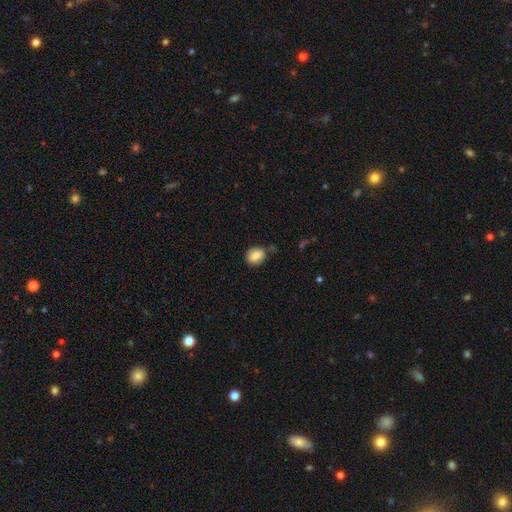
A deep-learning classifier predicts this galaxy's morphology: This is clearly a smooth galaxy (81%). How rounded: likely round (71%). Merging: likely none (76%).